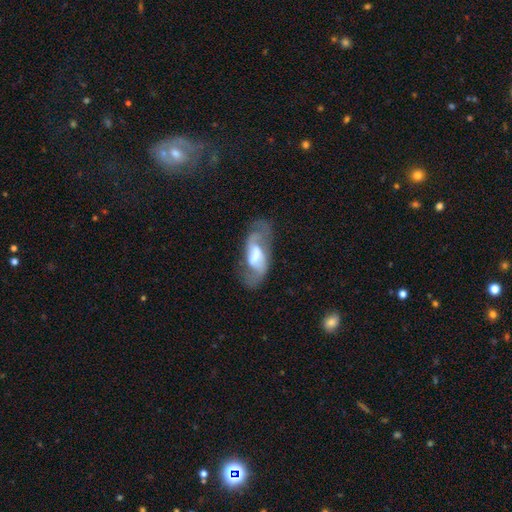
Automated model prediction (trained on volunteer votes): featured or disk 75%, smooth 19%, star or artifact 6%. Down the decision tree: edge-on disk — no (93%); bar — weak (45%); spiral arms — yes (84%); spiral arm count — 2 (82%); spiral winding — medium (46%); bulge size — moderate (39%); merging — none (57%).